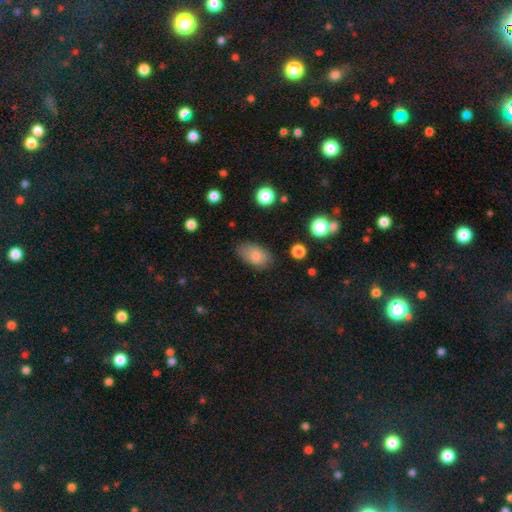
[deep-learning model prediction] Smooth or featured? Predicted: smooth (p=0.81). How rounded? Predicted: in between (p=0.90). Merging? Predicted: none (p=0.70).